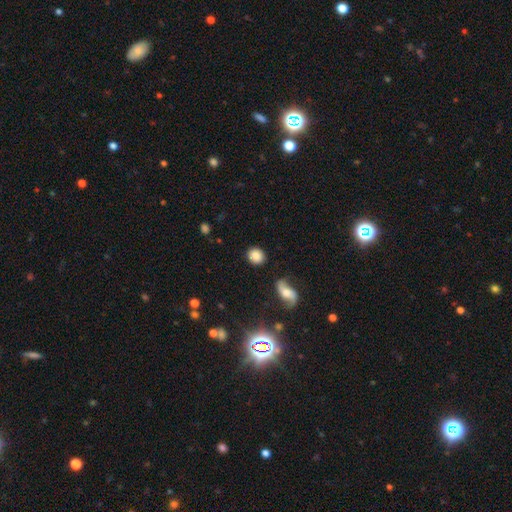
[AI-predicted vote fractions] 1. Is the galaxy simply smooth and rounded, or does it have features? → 83% smooth, 9% featured or disk, 8% star or artifact.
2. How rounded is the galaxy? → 73% round, 25% in between, 2% cigar-shaped.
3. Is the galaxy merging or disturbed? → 83% none, 10% minor disturbance, 3% major disturbance, 3% merger.